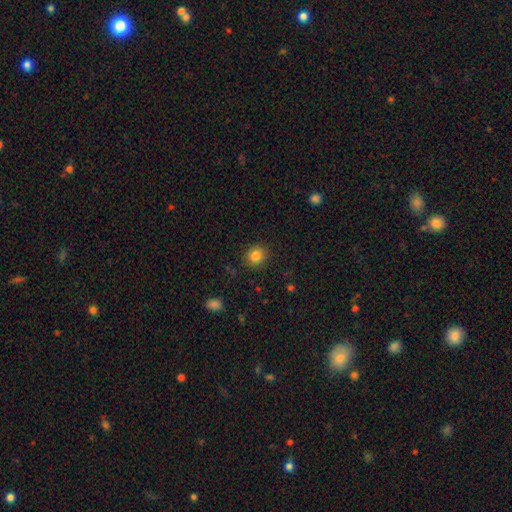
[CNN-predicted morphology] Smooth or featured? Predicted: smooth (p=0.84). How rounded? Predicted: round (p=0.86). Merging? Predicted: none (p=0.89).